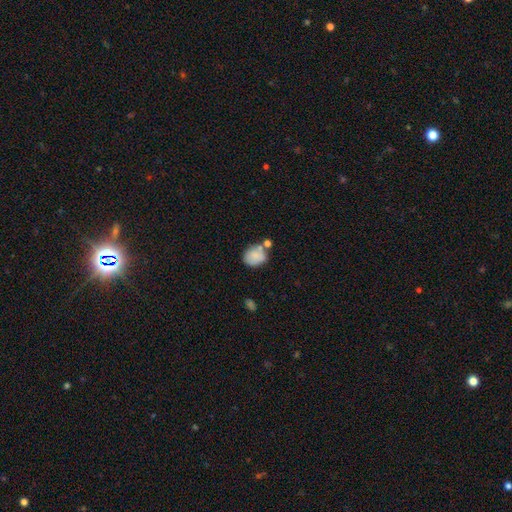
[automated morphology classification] Smooth or featured? smooth (82%)
How rounded? round (50%)
Merging? none (54%)